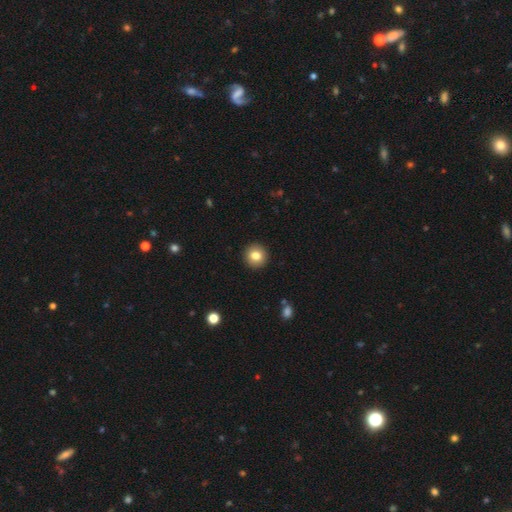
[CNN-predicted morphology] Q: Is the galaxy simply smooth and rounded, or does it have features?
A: smooth — 82%.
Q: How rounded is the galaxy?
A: round — 93%.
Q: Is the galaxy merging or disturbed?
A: none — 93%.